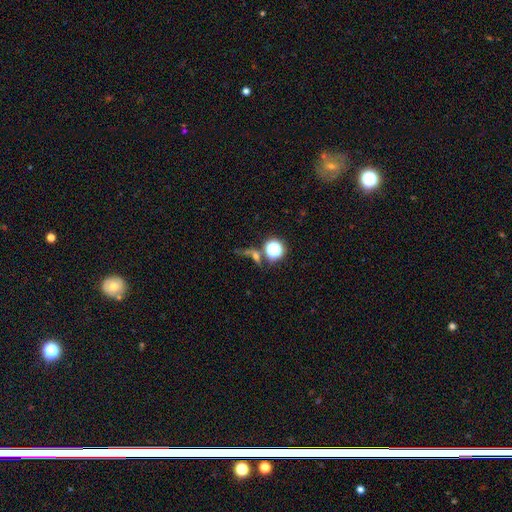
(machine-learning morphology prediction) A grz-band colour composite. It shows a star or artifact, not a galaxy (40%, tied with smooth).